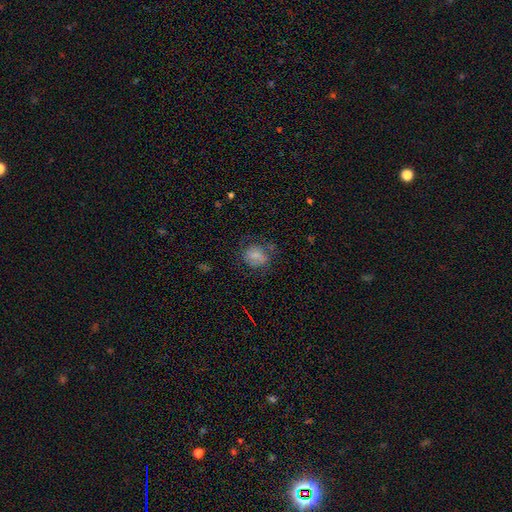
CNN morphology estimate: This appears to be a smooth galaxy with no disk features (69%) that is round (68%). Merging: none (59%).